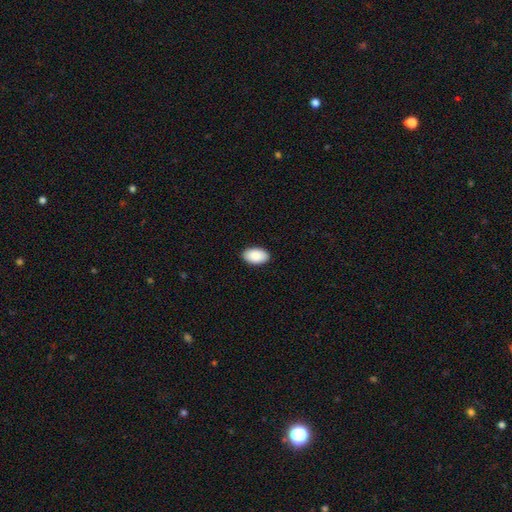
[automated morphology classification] This is clearly a smooth galaxy (90%). How rounded: clearly in between (95%). Merging: clearly none (90%).